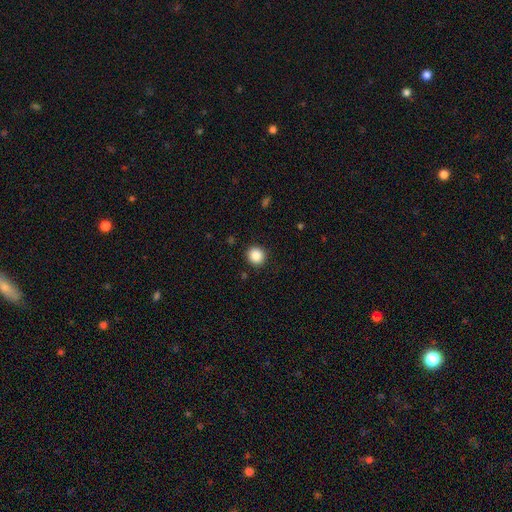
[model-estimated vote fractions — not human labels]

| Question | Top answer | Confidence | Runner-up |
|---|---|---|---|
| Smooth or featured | smooth | 87% | star or artifact (10%) |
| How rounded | round | 91% | in between (9%) |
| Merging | none | 91% | minor disturbance (6%) |